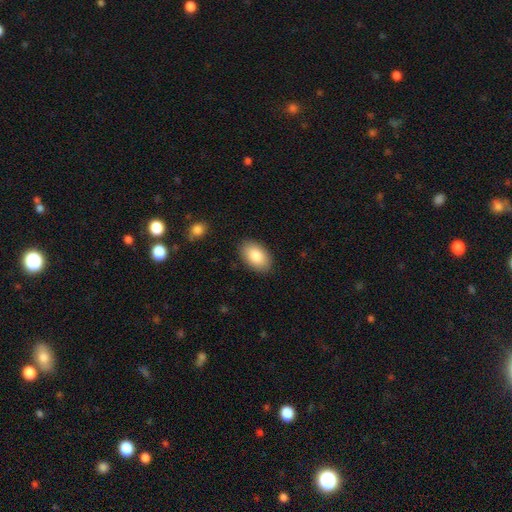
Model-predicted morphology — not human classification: Smooth or featured? smooth (86%)
How rounded? in between (93%)
Merging? none (88%)